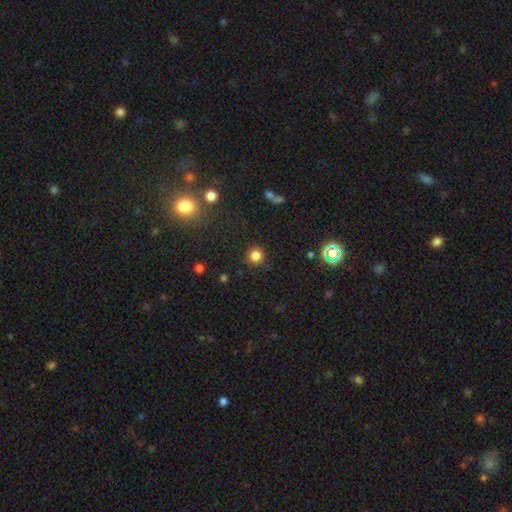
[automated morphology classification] type=smooth (81%); roundness=round (93%); merging=none (87%).